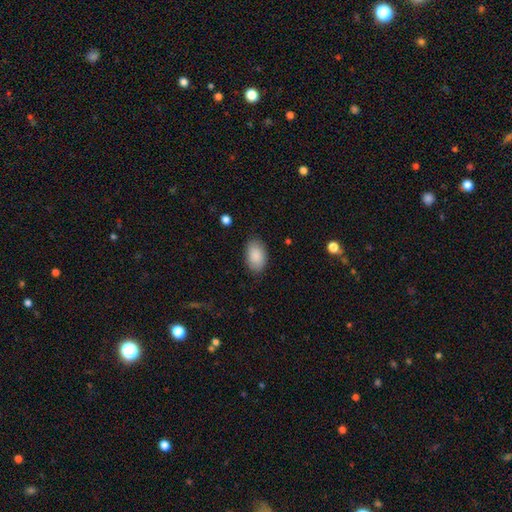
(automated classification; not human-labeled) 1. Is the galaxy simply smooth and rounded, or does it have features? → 89% smooth, 6% star or artifact, 5% featured or disk.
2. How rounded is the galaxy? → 92% in between, 7% round, 1% cigar-shaped.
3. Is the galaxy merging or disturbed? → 85% none, 11% minor disturbance, 3% major disturbance, 1% merger.